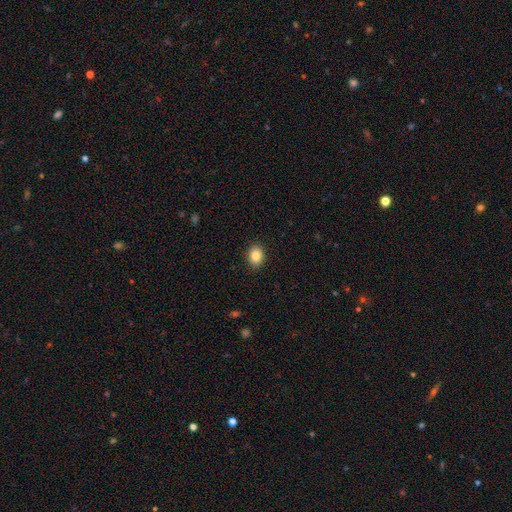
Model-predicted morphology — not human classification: Overall: smooth (84%). How rounded: in between (63%; round 36%). Merging: none (89%).